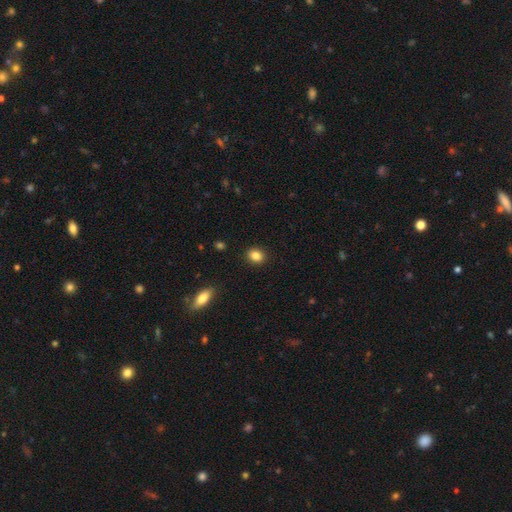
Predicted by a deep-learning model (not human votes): smooth-or-featured: smooth: 86% | star or artifact: 9% | featured or disk: 5%
  how-rounded: in between: 52% | round: 47% | cigar-shaped: 1%
  merging: none: 90% | minor disturbance: 7% | major disturbance: 2% | merger: 1%